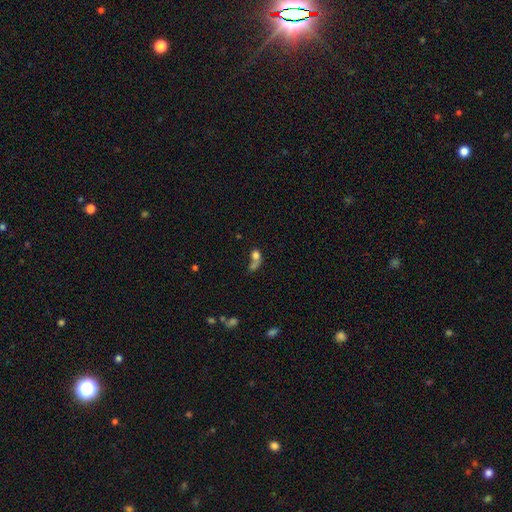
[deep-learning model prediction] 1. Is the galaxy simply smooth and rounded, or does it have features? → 67% smooth, 18% featured or disk, 15% star or artifact.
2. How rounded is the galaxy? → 51% round, 44% in between, 5% cigar-shaped.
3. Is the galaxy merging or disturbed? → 42% merger, 24% none, 22% major disturbance, 11% minor disturbance.